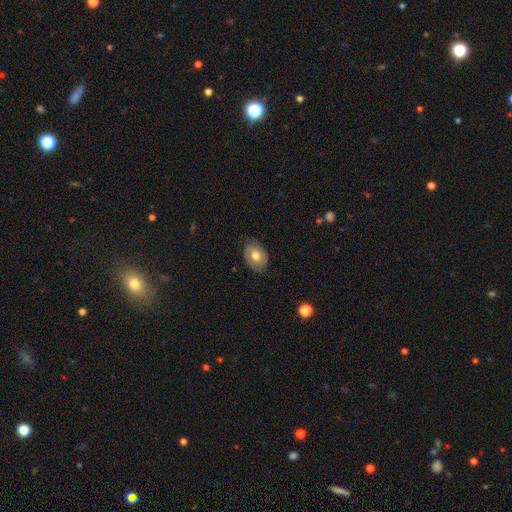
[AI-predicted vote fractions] A smooth galaxy with no disk features (58%) that is in between round and cigar-shaped (74%).

Vote fractions:
- Smooth or featured? smooth: 58% / featured or disk: 35% / star or artifact: 7%
- How rounded? in between: 74% / round: 25% / cigar-shaped: 1%
- Merging? none: 74% / minor disturbance: 20% / major disturbance: 5% / merger: 1%